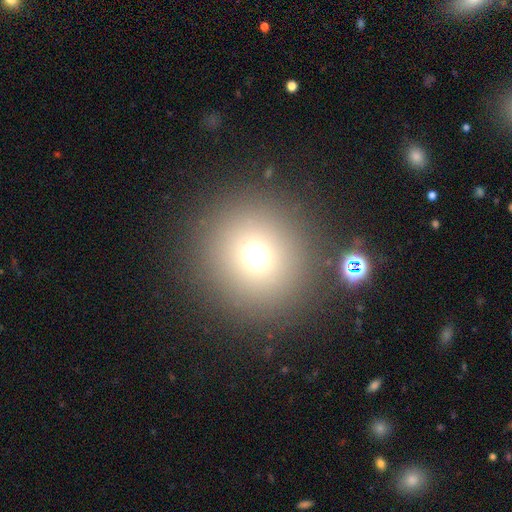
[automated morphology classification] Smooth or featured? Predicted: smooth (p=0.69). How rounded? Predicted: round (p=0.93). Merging? Predicted: none (p=0.87).